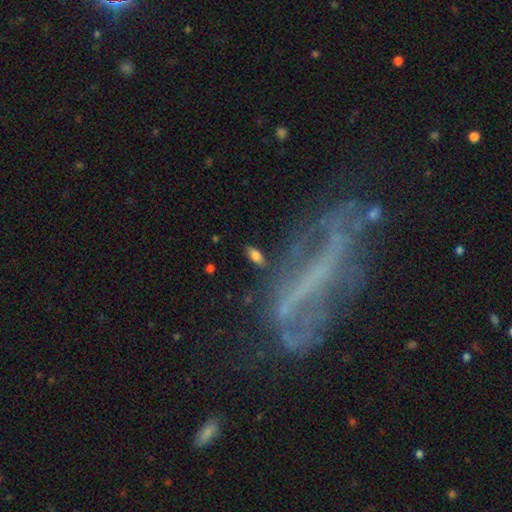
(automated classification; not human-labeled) smooth 73%, featured or disk 18%, star or artifact 9%. Down the decision tree: how rounded — in between (85%); merging — none (83%).